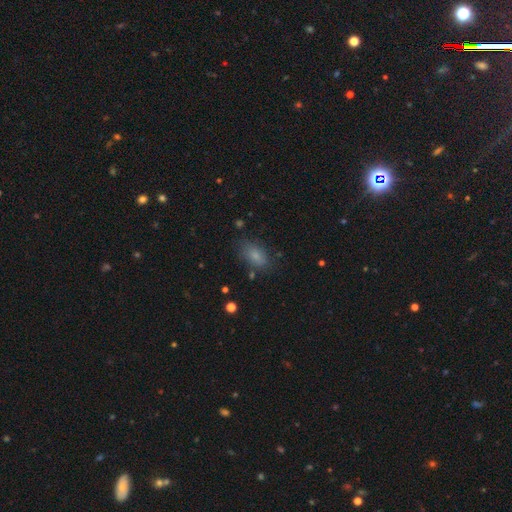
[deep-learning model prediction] A smooth galaxy with no disk features (79%) that is in between round and cigar-shaped (89%). Merging: none (76%).